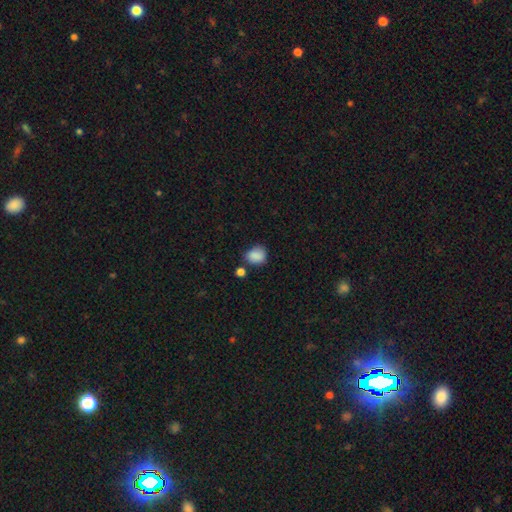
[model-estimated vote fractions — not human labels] Morphology: type=smooth (86%); roundness=round (51%); merging=none (64%).